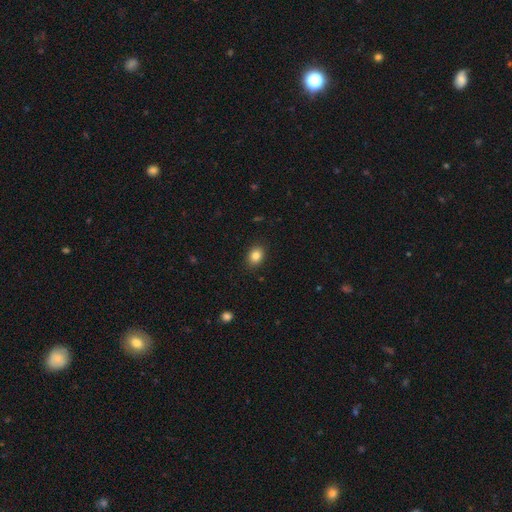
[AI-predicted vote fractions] This appears to be a smooth galaxy with no disk features (84%) that is in between round and cigar-shaped (58%). Merging: none (89%).